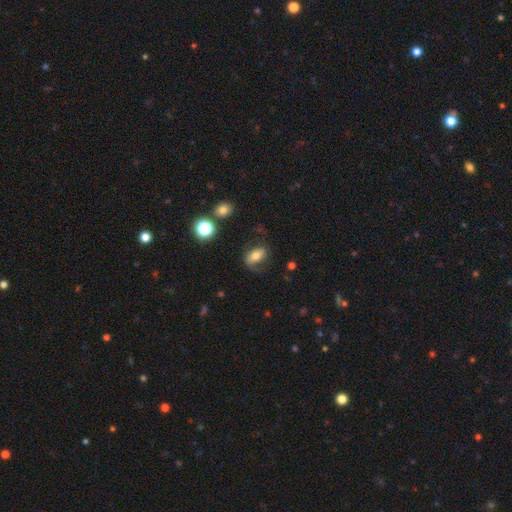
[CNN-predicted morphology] Overall: smooth (56%; featured or disk 34%). How rounded: in between (84%). Merging: none (64%).